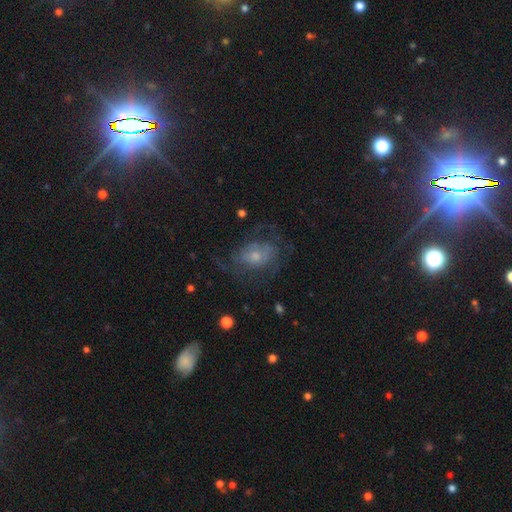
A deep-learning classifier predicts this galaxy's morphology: Q: Smooth or featured?
A: featured or disk (58%); runner-up: smooth (30%)
Q: Edge-on disk?
A: no (96%); runner-up: yes (4%)
Q: Bar?
A: no (78%); runner-up: weak (19%)
Q: Spiral arms?
A: yes (65%); runner-up: no (35%)
Q: Bulge size?
A: small (45%); runner-up: moderate (42%)
Q: Merging?
A: none (50%); runner-up: major disturbance (27%)